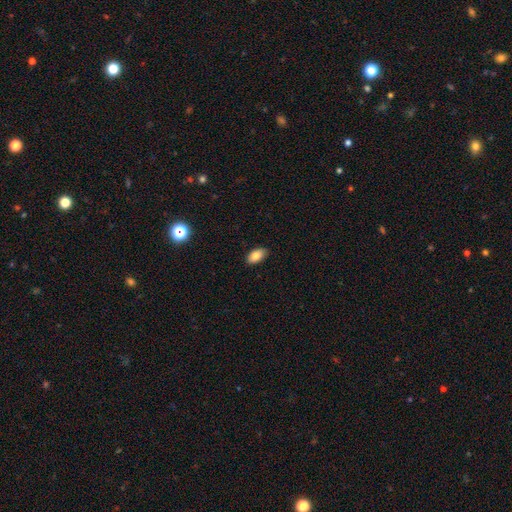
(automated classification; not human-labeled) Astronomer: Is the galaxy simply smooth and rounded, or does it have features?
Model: smooth — 84%.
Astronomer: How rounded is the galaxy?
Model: in between — 93%.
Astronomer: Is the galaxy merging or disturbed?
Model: none — 88%.